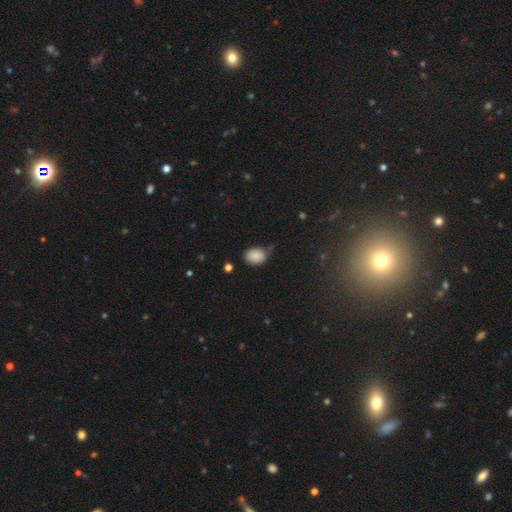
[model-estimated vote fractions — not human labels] A smooth galaxy with no disk features (87%) that is in between round and cigar-shaped (67%).

Vote fractions:
- Smooth or featured? smooth: 87% / star or artifact: 9% / featured or disk: 4%
- How rounded? in between: 67% / round: 32% / cigar-shaped: 1%
- Merging? none: 62% / minor disturbance: 27% / major disturbance: 6% / merger: 5%